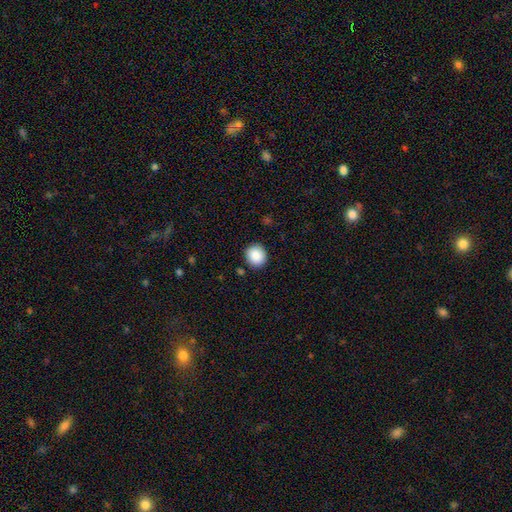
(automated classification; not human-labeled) smooth-or-featured: smooth: 88% | star or artifact: 8% | featured or disk: 4%
  how-rounded: round: 84% | in between: 15% | cigar-shaped: 1%
  merging: none: 90% | minor disturbance: 7% | major disturbance: 2% | merger: 2%